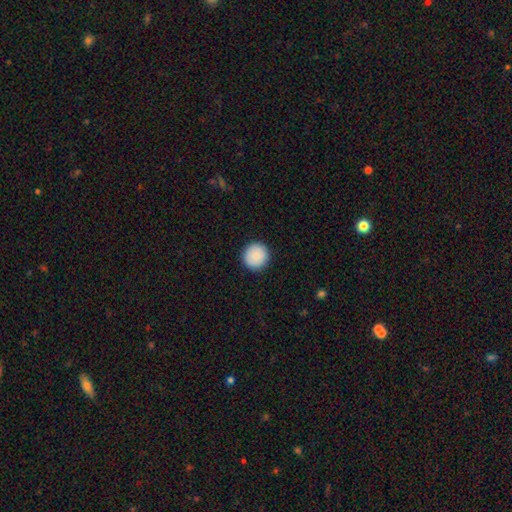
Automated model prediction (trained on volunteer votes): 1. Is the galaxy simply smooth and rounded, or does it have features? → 90% smooth, 7% star or artifact, 3% featured or disk.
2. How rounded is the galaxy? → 95% round, 4% in between, 1% cigar-shaped.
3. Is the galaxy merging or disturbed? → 93% none, 5% minor disturbance, 1% major disturbance, 1% merger.